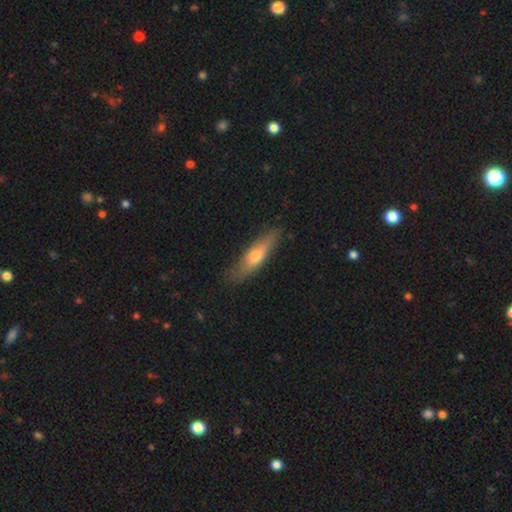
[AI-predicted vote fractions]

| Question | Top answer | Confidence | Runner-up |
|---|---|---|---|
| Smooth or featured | smooth | 58% | featured or disk (36%) |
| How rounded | cigar-shaped | 73% | in between (25%) |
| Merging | none | 83% | minor disturbance (13%) |